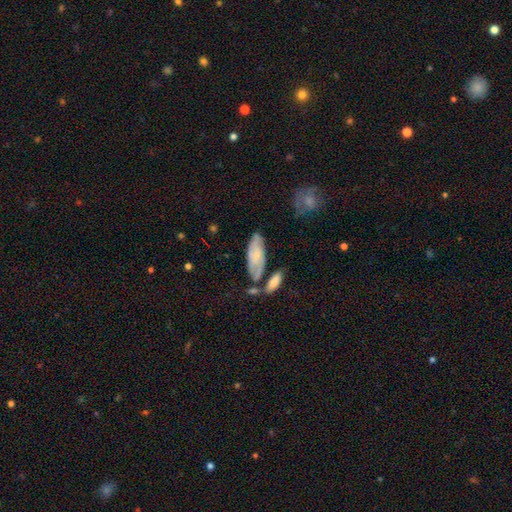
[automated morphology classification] Overall: smooth (51%; featured or disk 42%). How rounded: in between (74%). Merging: none (57%; minor disturbance 21%).